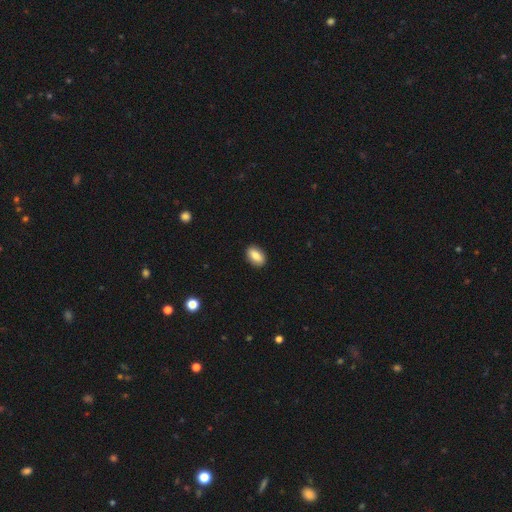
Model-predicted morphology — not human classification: smooth_or_featured: smooth (p=0.85) [alt: featured or disk p=0.08]
how_rounded: in between (p=0.89) [alt: round p=0.08]
merging: none (p=0.89) [alt: minor disturbance p=0.08]